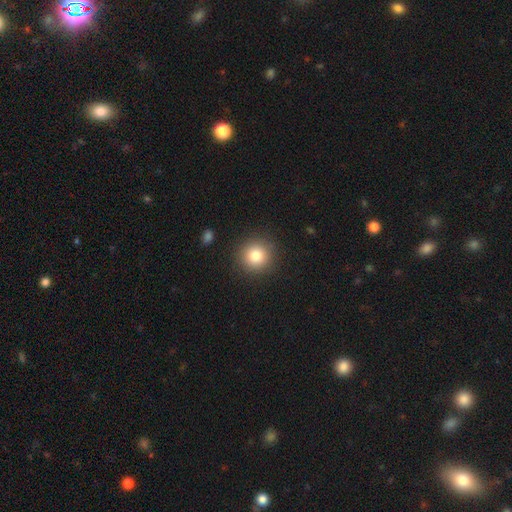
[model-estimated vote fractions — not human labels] Morphology: type=smooth (82%); roundness=round (93%); merging=none (90%).